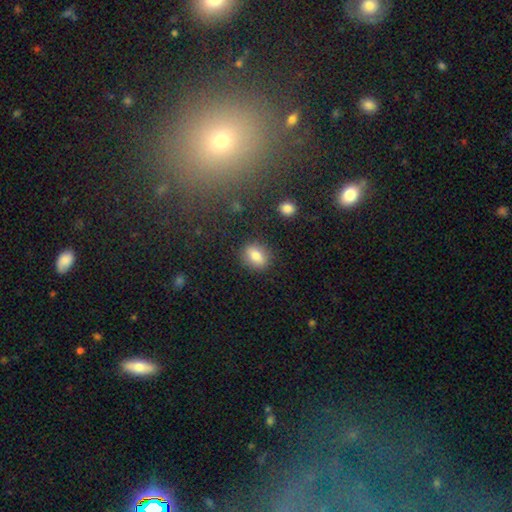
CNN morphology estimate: Overall: smooth (79%). How rounded: in between (62%; round 36%). Merging: none (85%).